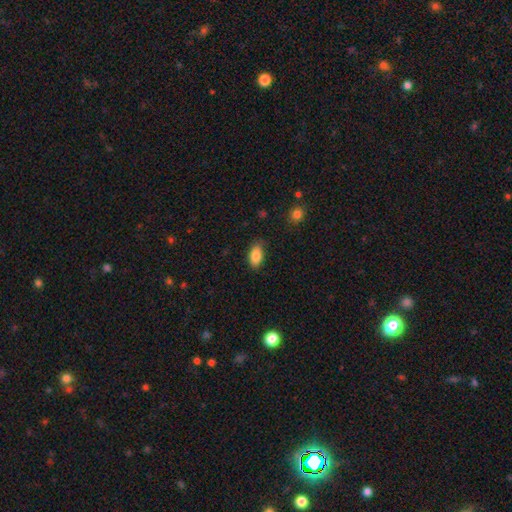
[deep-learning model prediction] This appears to be a smooth galaxy with no disk features (86%) that is in between round and cigar-shaped (91%). Merging: none (78%).